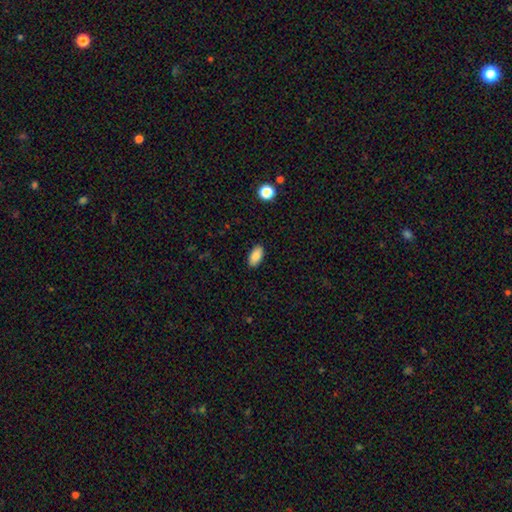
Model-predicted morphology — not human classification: Smooth or featured? smooth (87%)
How rounded? in between (94%)
Merging? none (89%)